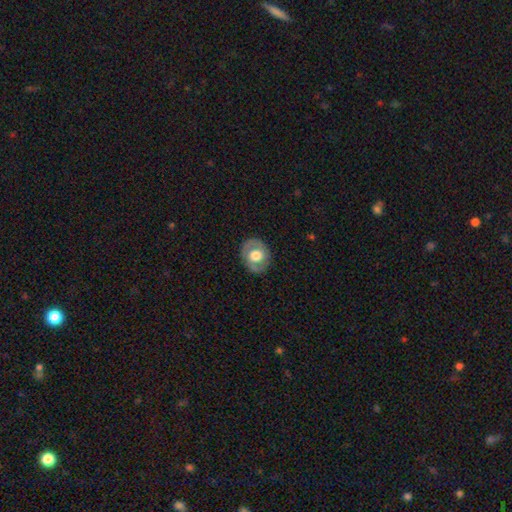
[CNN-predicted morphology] Overall: featured or disk (48%; smooth 46%). Merging: none (81%).